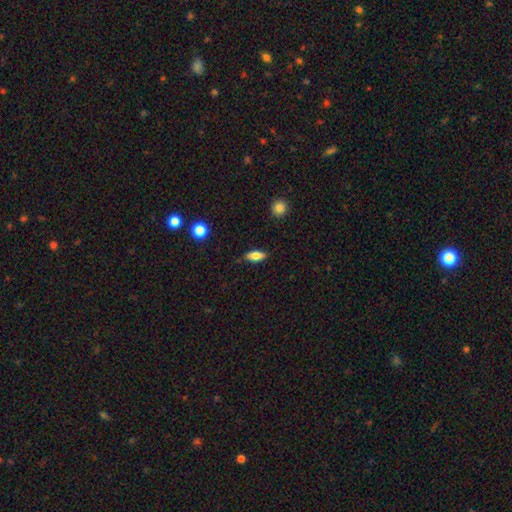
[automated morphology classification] Smooth or featured: smooth — 77% (featured or disk — 16%)
How rounded: in between — 76% (cigar-shaped — 21%)
Merging: none — 83% (minor disturbance — 13%)